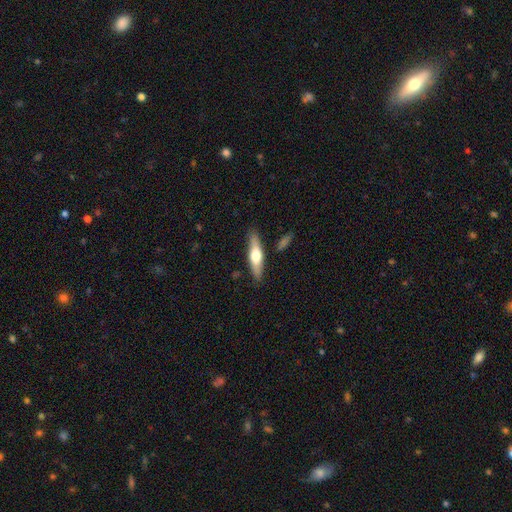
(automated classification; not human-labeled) Smooth or featured? smooth (49%)
Merging? none (85%)